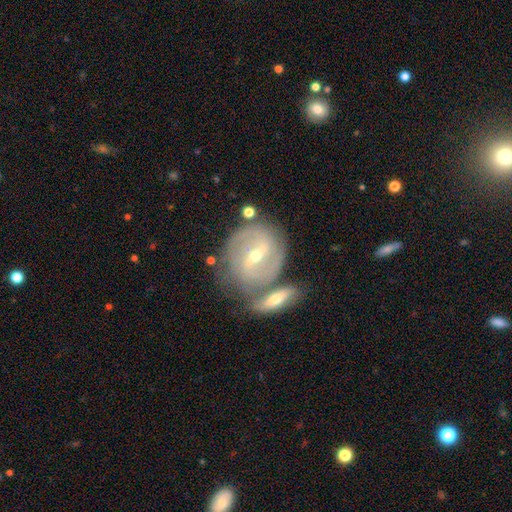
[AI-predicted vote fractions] Smooth or featured? Predicted: featured or disk (p=0.83). Edge-on disk? Predicted: no (p=0.95). Bar? Predicted: strong (p=0.43). Spiral arms? Predicted: yes (p=0.90). Spiral winding? Predicted: tight (p=0.56). Spiral arm count? Predicted: 2 (p=0.66). Bulge size? Predicted: small (p=0.49). Merging? Predicted: none (p=0.55).